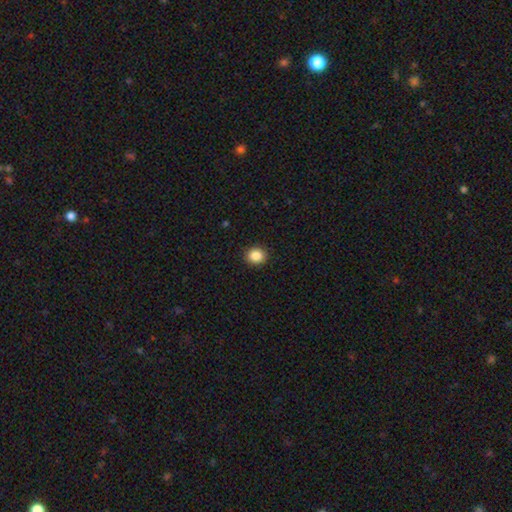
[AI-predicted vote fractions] Morphology: type=smooth (87%); roundness=round (79%); merging=none (92%).